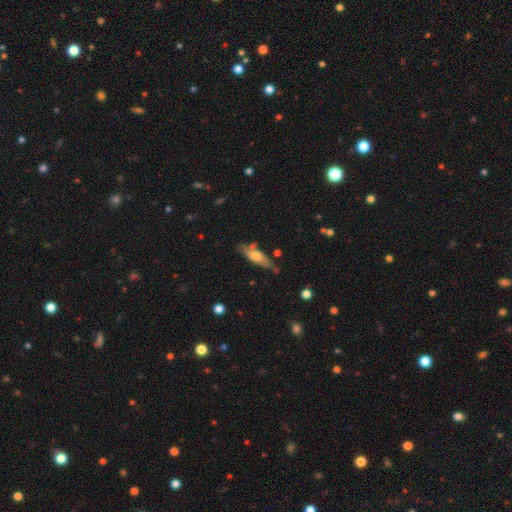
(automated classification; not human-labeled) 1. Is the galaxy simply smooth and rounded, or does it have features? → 55% smooth, 39% featured or disk, 6% star or artifact.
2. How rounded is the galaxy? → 49% cigar-shaped (tied), 49% in between (tied), 2% round.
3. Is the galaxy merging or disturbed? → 67% none, 21% minor disturbance, 8% merger, 5% major disturbance.